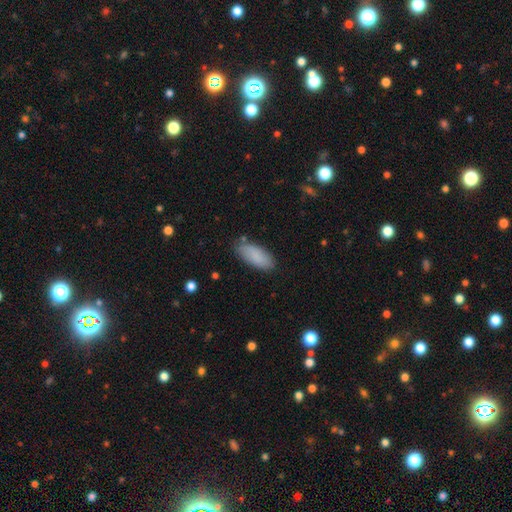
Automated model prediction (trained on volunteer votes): Smooth or featured?
  - smooth: 86% *
  - featured or disk: 8%
  - star or artifact: 6%
How rounded?
  - in between: 82% *
  - cigar-shaped: 16%
  - round: 2%
Merging?
  - none: 80% *
  - minor disturbance: 15%
  - major disturbance: 3%
  - merger: 2%